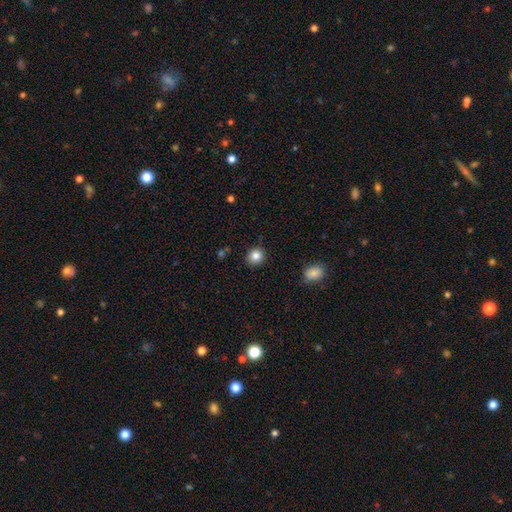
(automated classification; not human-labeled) A smooth galaxy with no disk features (85%) that is round (86%). Merging: none (88%).